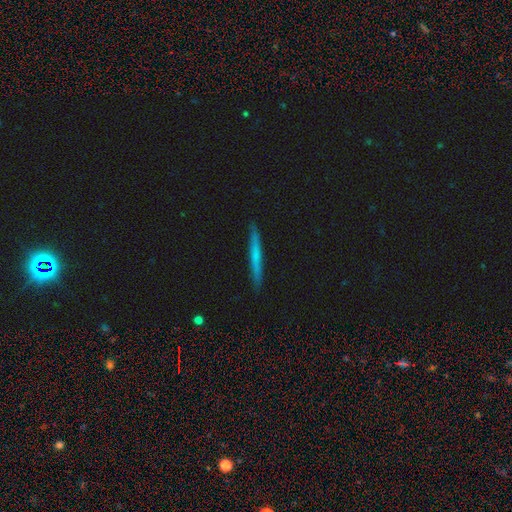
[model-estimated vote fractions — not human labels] Smooth or featured? smooth (54%)
How rounded? cigar-shaped (96%)
Merging? none (90%)